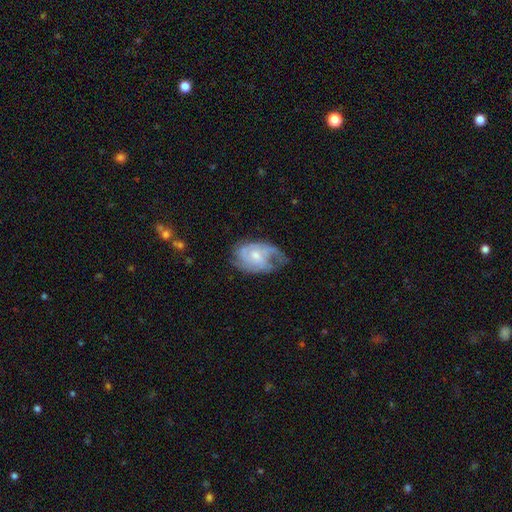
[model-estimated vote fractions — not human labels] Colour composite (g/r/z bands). It shows a featured or disk galaxy (73%) with no bar (59%), 2 (40%) medium (42%) spiral arms (86%) and a moderate central bulge (47%). Merging: none (44%).